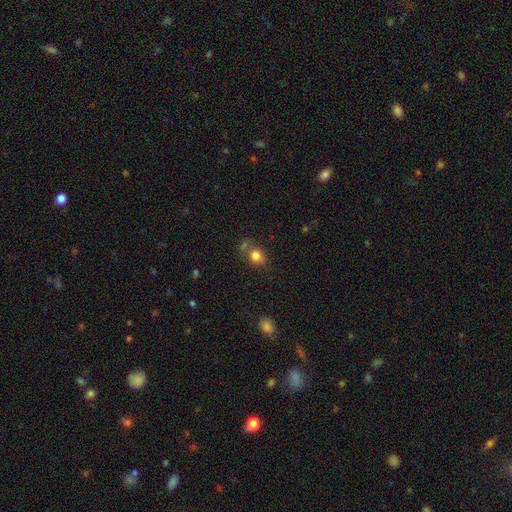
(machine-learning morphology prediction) A smooth galaxy with no disk features (79%) that is round (58%). Merging: none (54%).